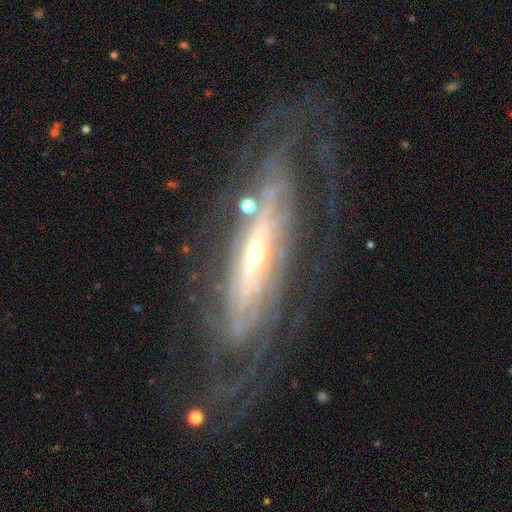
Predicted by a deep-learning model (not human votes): Smooth or featured? featured or disk (87%)
Edge-on disk? no (81%)
Bar? no (42%)
Spiral arms? yes (93%)
Spiral winding? tight (67%)
Spiral arm count? can't tell (42%)
Bulge size? small (66%)
Merging? none (72%)